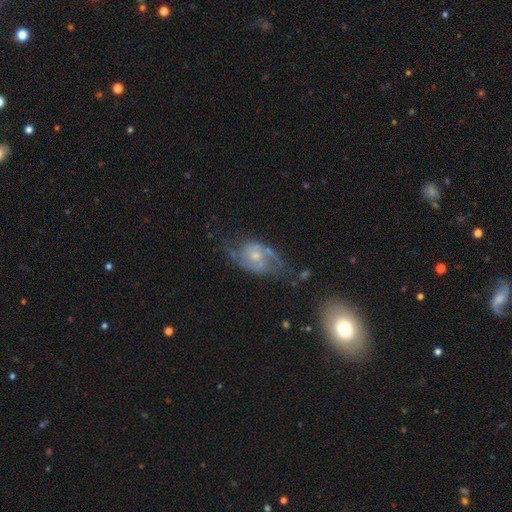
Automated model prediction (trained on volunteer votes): Smooth or featured: featured or disk — 79% (smooth — 14%)
Edge-on disk: no — 96% (yes — 4%)
Bar: no — 60% (weak — 34%)
Spiral arms: yes — 88% (no — 12%)
Spiral winding: medium — 50% (loose — 26%)
Spiral arm count: 2 — 81% (can't tell — 11%)
Bulge size: small — 46% (tied with moderate — 46%)
Merging: none — 53% (minor disturbance — 25%)